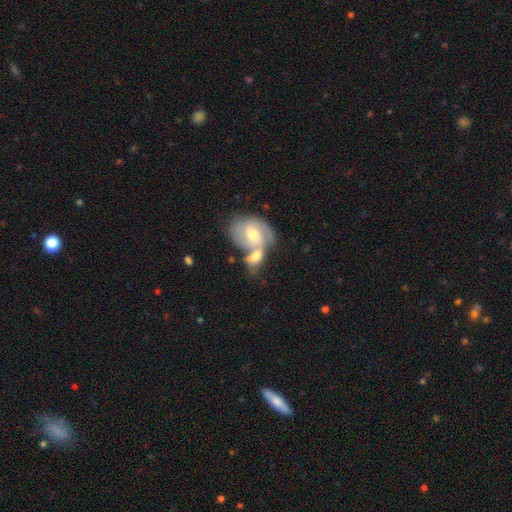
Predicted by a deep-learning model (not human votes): Smooth or featured: featured or disk — 56% (smooth — 37%)
Edge-on disk: no — 95% (yes — 5%)
Bar: weak — 45% (no — 42%)
Spiral arms: yes — 80% (no — 20%)
Bulge size: moderate — 63% (small — 28%)
Merging: merger — 68% (none — 19%)